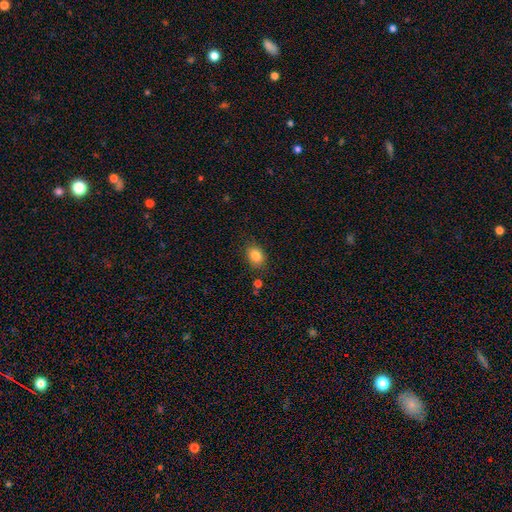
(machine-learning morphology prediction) This appears to be a smooth galaxy with no disk features (84%) that is in between round and cigar-shaped (61%). Merging: none (82%).